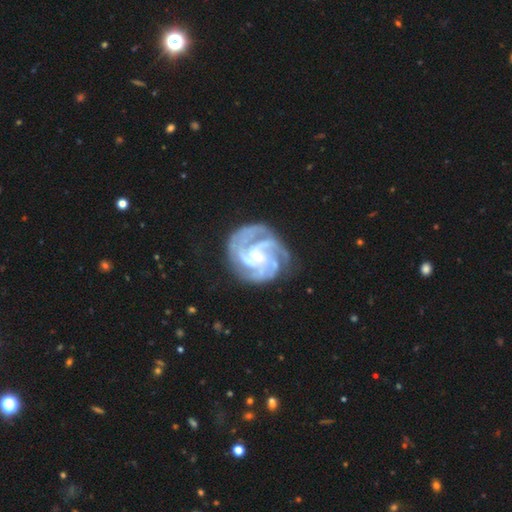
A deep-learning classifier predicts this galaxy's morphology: Overall: featured or disk (91%). Edge-on disk: no (98%). Bar: no (48%; weak 39%). Spiral arms: yes (98%). Spiral arm count: 3 (39%; 4 26%). Spiral winding: tight (55%; medium 39%). Bulge size: small (71%). Merging: none (73%).